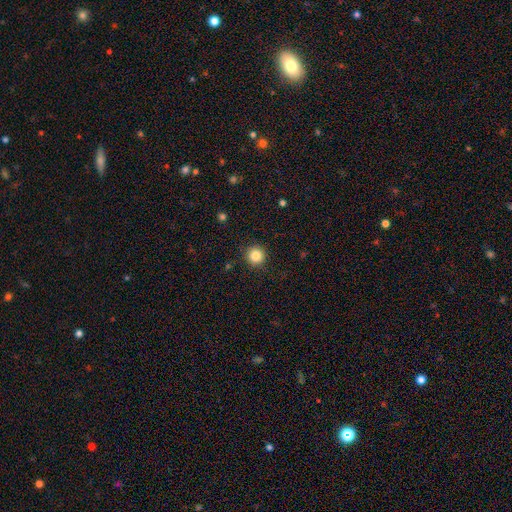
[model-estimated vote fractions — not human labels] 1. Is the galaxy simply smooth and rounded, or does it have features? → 84% smooth, 11% star or artifact, 5% featured or disk.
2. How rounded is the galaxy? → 95% round, 4% in between, 1% cigar-shaped.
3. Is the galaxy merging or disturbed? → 91% none, 6% minor disturbance, 2% major disturbance, 1% merger.